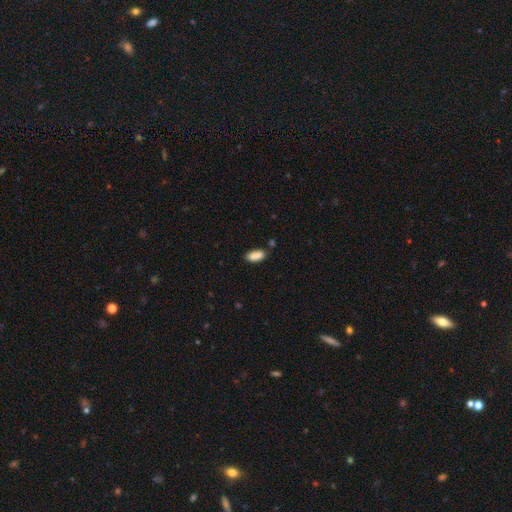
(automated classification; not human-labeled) A smooth galaxy with no disk features (88%) that is in between round and cigar-shaped (87%). Merging: none (78%).